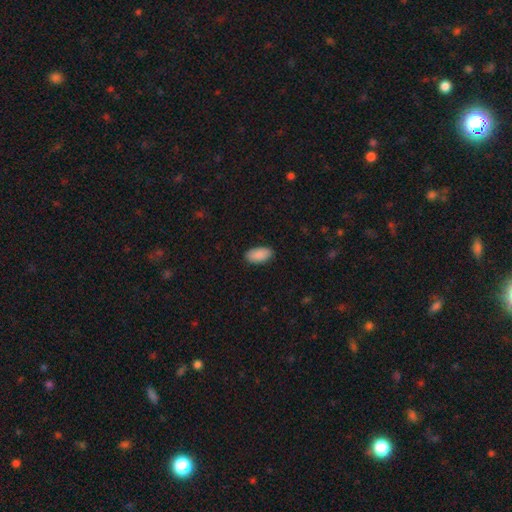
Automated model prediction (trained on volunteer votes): Overall: smooth (91%). How rounded: in between (95%). Merging: none (88%).